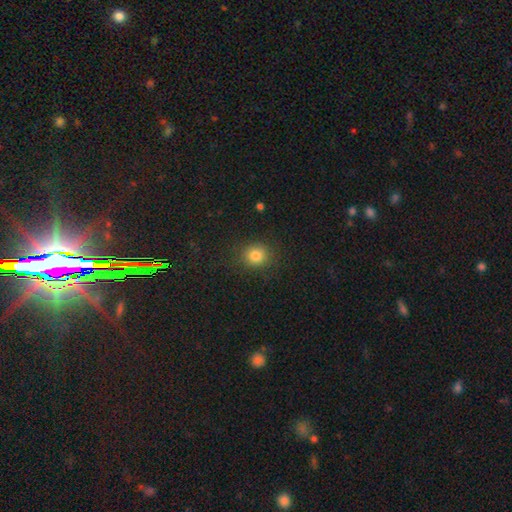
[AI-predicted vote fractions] This is clearly a smooth galaxy (81%). How rounded: clearly round (83%). Merging: clearly none (86%).